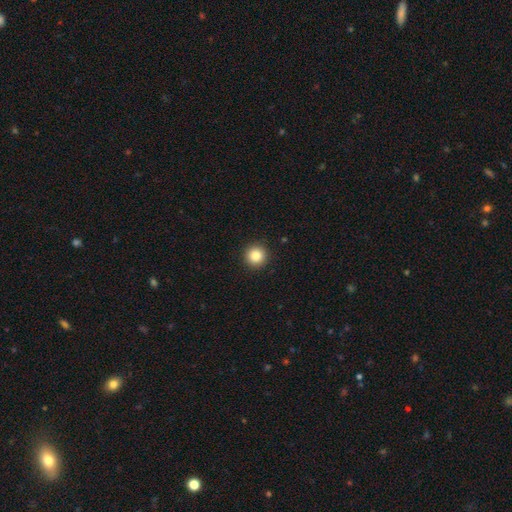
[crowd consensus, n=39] Smooth or featured: smooth — 87% (star or artifact — 10%)
How rounded: round — 97% (in between — 3%)
Merging: none — 94% (merger — 6%)